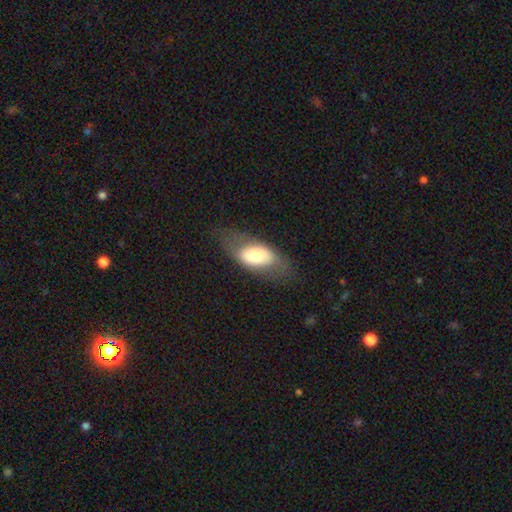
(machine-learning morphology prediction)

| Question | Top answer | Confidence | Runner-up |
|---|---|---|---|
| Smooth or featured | smooth | 60% | featured or disk (33%) |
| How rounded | in between | 88% | cigar-shaped (6%) |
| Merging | none | 61% | minor disturbance (23%) |